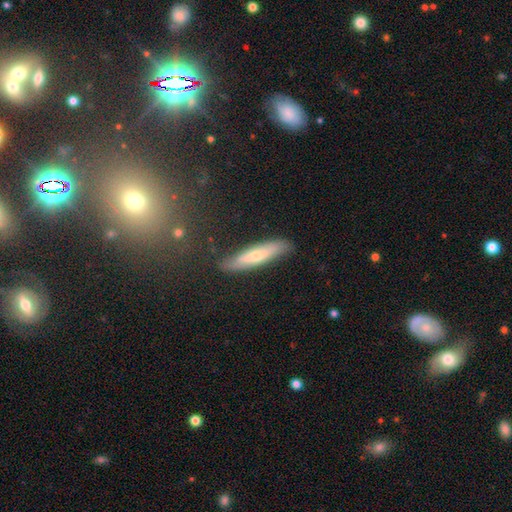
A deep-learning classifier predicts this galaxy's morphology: This appears to be a smooth galaxy with no disk features (55%) that is cigar-shaped (84%). Merging: none (84%).